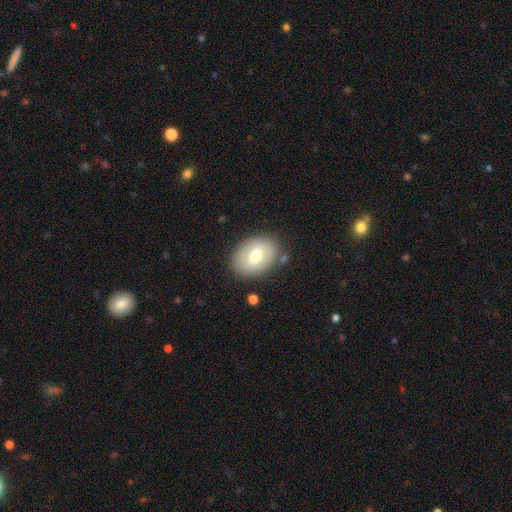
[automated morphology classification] This appears to be a smooth galaxy with no disk features (58%) that is in between round and cigar-shaped (77%). Merging: none (81%).